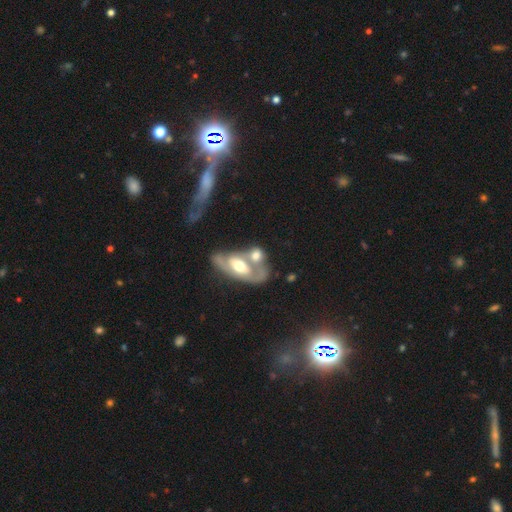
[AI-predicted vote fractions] Smooth or featured? featured or disk (60%)
Edge-on disk? no (89%)
Bar? no (62%)
Spiral arms? yes (55%)
Bulge size? moderate (68%)
Merging? merger (58%)